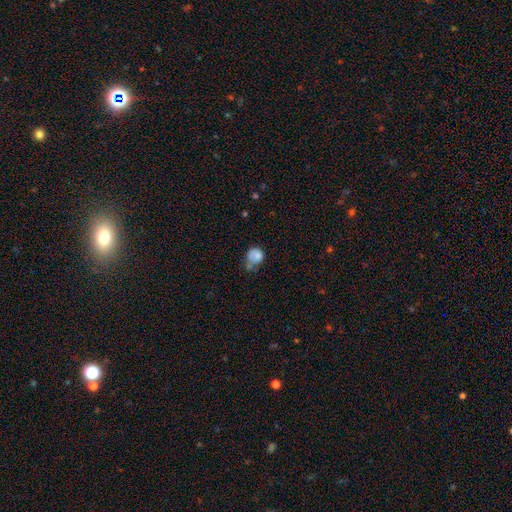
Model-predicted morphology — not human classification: Q: Smooth or featured?
A: smooth (77%); runner-up: featured or disk (14%)
Q: How rounded?
A: round (73%); runner-up: in between (26%)
Q: Merging?
A: none (40%); runner-up: minor disturbance (31%)